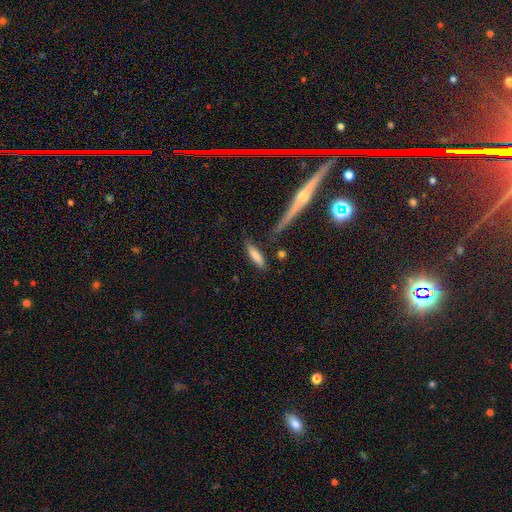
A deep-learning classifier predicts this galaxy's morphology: smooth_or_featured: smooth (p=0.78) [alt: featured or disk p=0.15]
how_rounded: cigar-shaped (p=0.64) [alt: in between p=0.34]
merging: none (p=0.74) [alt: minor disturbance p=0.16]